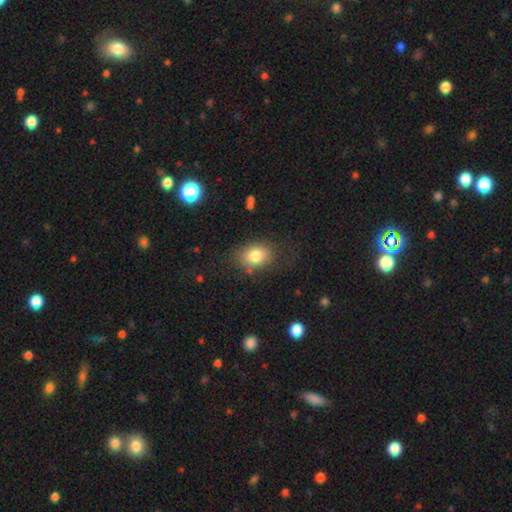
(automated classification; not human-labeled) smooth 81%, featured or disk 10%, star or artifact 9%. Down the decision tree: how rounded — in between (68%); merging — none (72%).